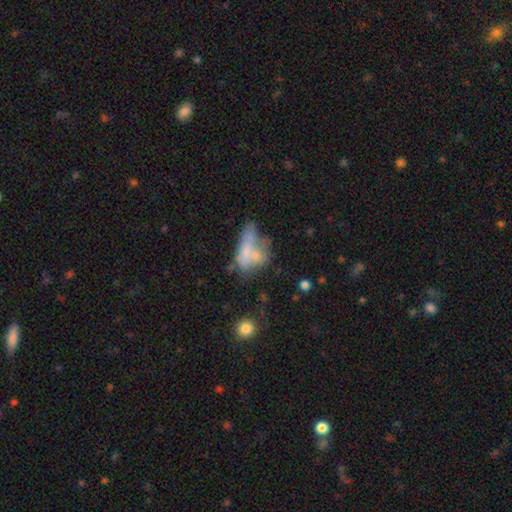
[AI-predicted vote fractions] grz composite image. It shows a smooth galaxy with no disk features (59%) that is in between round and cigar-shaped (76%). Merging: merger (47%).